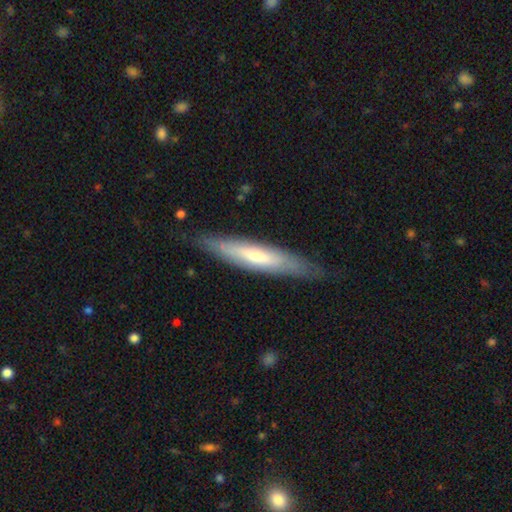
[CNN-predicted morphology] Overall: featured or disk (55%; smooth 38%). Edge-on disk: yes (77%). Merging: none (83%).